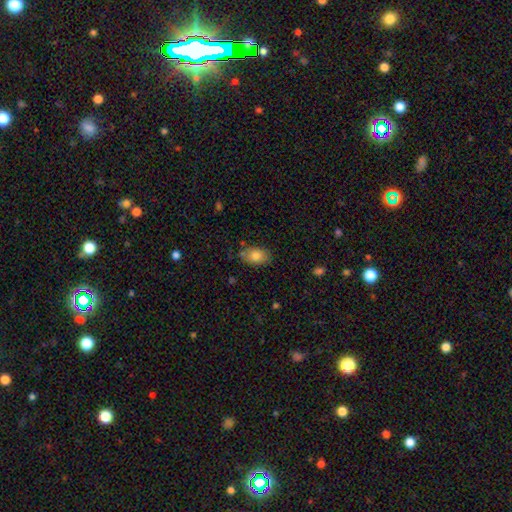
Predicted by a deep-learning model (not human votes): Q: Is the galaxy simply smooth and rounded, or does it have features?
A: smooth — 81%.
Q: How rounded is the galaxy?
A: in between — 88%.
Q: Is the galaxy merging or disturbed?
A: none — 78%.